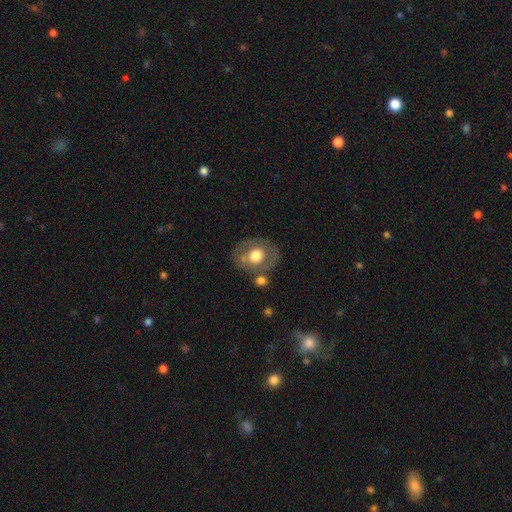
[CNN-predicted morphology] Smooth or featured?
  - smooth: 52% *
  - featured or disk: 40%
  - star or artifact: 7%
How rounded?
  - round: 58% *
  - in between: 41%
  - cigar-shaped: 1%
Merging?
  - none: 68% *
  - minor disturbance: 16%
  - merger: 9%
  - major disturbance: 7%